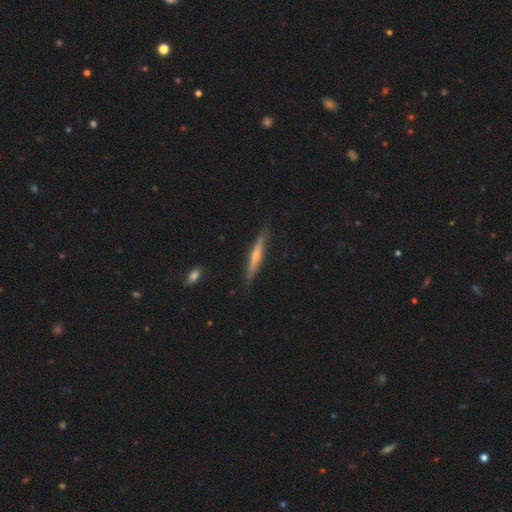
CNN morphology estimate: Smooth or featured: featured or disk — 57% (smooth — 37%)
Edge-on disk: yes — 96% (no — 4%)
Edge-on bulge: rounded — 62% (none — 31%)
Merging: none — 87% (minor disturbance — 10%)